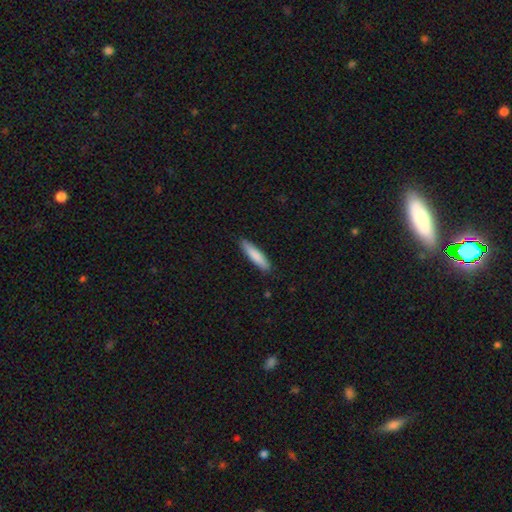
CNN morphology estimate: smooth-or-featured: smooth: 83% | featured or disk: 12% | star or artifact: 5%
  how-rounded: cigar-shaped: 82% | in between: 16% | round: 1%
  merging: none: 87% | minor disturbance: 10% | major disturbance: 2% | merger: 1%